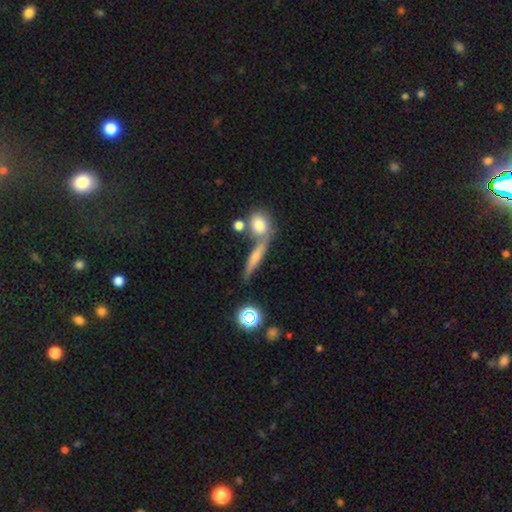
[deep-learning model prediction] Overall: featured or disk (46%; smooth 40%). Merging: none (61%; merger 22%).